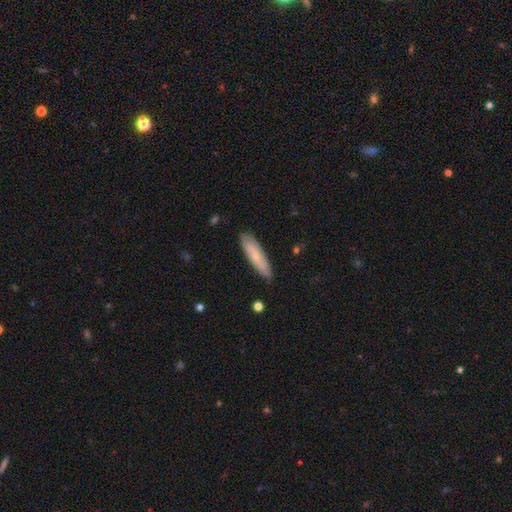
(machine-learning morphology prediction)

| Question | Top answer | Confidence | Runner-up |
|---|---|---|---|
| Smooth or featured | smooth | 63% | featured or disk (31%) |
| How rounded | cigar-shaped | 76% | in between (23%) |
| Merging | none | 86% | minor disturbance (11%) |